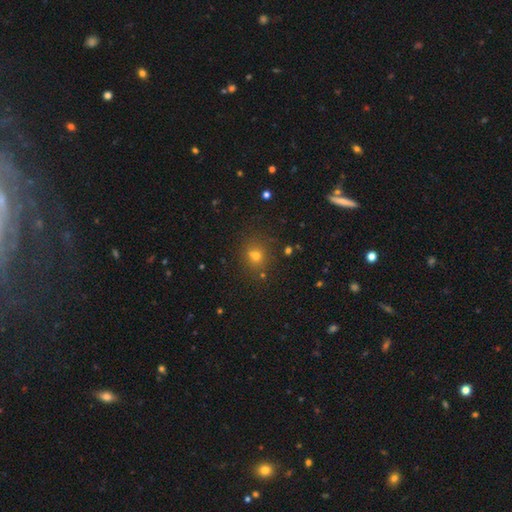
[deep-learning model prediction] smooth-or-featured: smooth: 65% | star or artifact: 25% | featured or disk: 11%
  how-rounded: round: 77% | in between: 22% | cigar-shaped: 1%
  merging: none: 75% | minor disturbance: 11% | merger: 10% | major disturbance: 4%